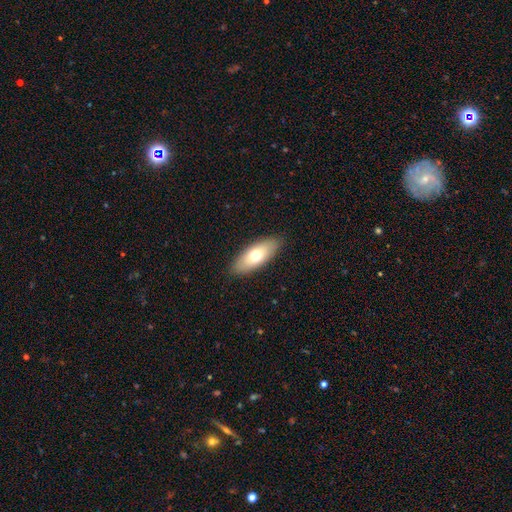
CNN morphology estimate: type=smooth (66%); roundness=in between (78%); merging=none (88%).